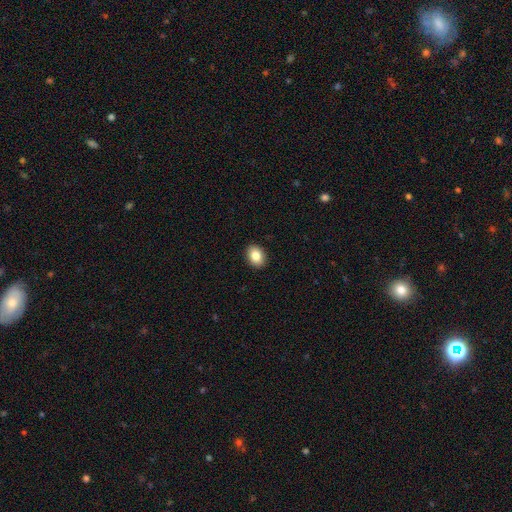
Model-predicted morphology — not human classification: smooth_or_featured: smooth (p=0.85) [alt: star or artifact p=0.08]
how_rounded: in between (p=0.64) [alt: round p=0.36]
merging: none (p=0.91) [alt: minor disturbance p=0.06]